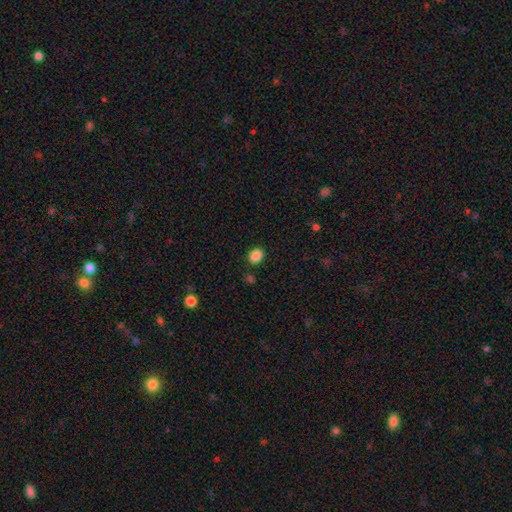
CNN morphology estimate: Q: Smooth or featured?
A: smooth (86%); runner-up: star or artifact (10%)
Q: How rounded?
A: round (54%); runner-up: in between (45%)
Q: Merging?
A: none (87%); runner-up: minor disturbance (8%)